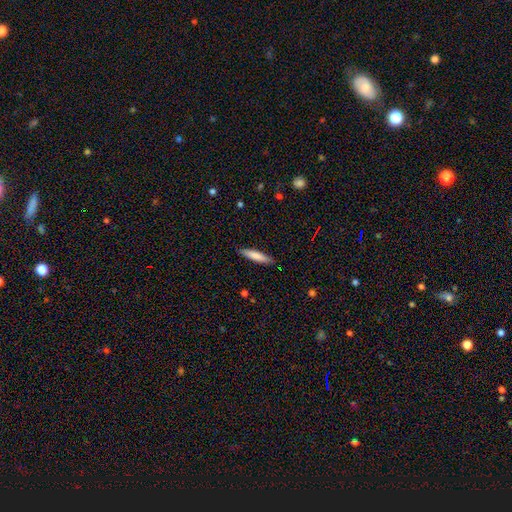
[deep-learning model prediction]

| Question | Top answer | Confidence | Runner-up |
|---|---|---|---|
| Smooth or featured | smooth | 78% | featured or disk (16%) |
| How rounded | cigar-shaped | 84% | in between (15%) |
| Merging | none | 89% | minor disturbance (8%) |